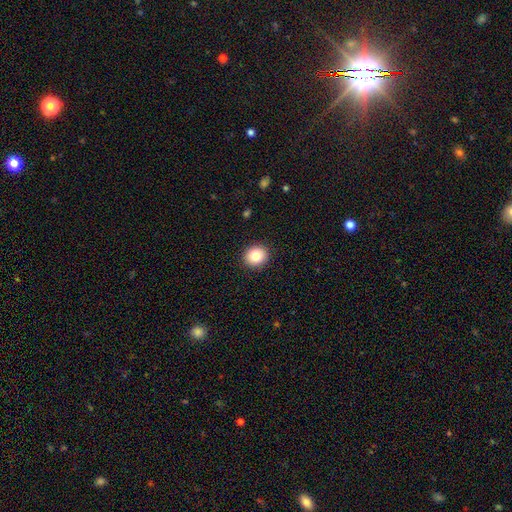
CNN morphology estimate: Smooth or featured?
  - smooth: 83% *
  - star or artifact: 10%
  - featured or disk: 8%
How rounded?
  - round: 84% *
  - in between: 16%
  - cigar-shaped: 1%
Merging?
  - none: 91% *
  - minor disturbance: 6%
  - major disturbance: 2%
  - merger: 1%